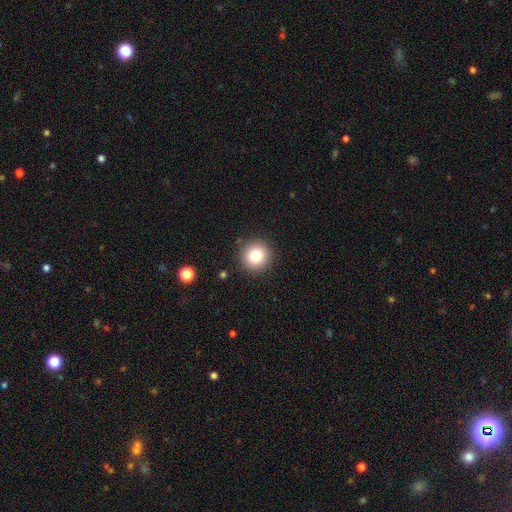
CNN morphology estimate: Smooth or featured? Predicted: smooth (p=0.81). How rounded? Predicted: round (p=0.95). Merging? Predicted: none (p=0.90).